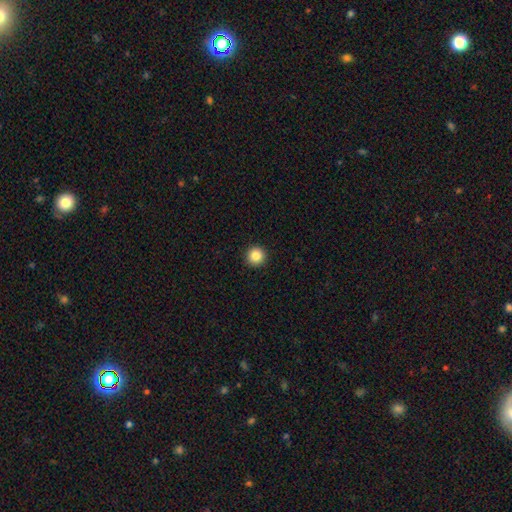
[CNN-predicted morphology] A smooth galaxy with no disk features (86%) that is round (96%).

Vote fractions:
- Smooth or featured? smooth: 86% / star or artifact: 10% / featured or disk: 4%
- How rounded? round: 96% / in between: 3% / cigar-shaped: 1%
- Merging? none: 94% / minor disturbance: 4% / major disturbance: 1% / merger: 1%